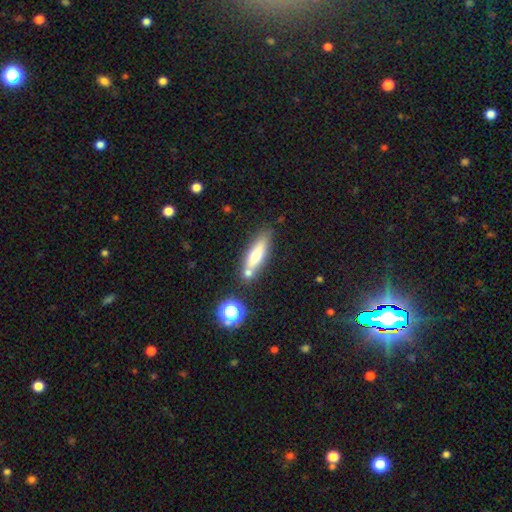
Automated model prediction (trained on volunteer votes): A smooth galaxy with no disk features (64%) that is cigar-shaped (57%).

Vote fractions:
- Smooth or featured? smooth: 64% / featured or disk: 27% / star or artifact: 9%
- How rounded? cigar-shaped: 57% / in between: 39% / round: 3%
- Merging? none: 61% / merger: 21% / minor disturbance: 15% / major disturbance: 4%